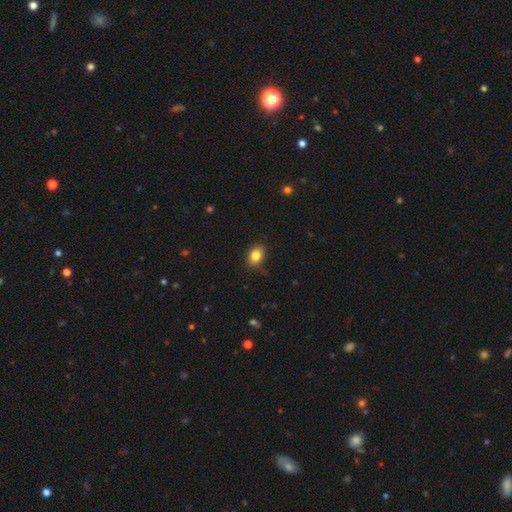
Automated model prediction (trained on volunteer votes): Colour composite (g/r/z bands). It shows a smooth galaxy with no disk features (83%) that is in between round and cigar-shaped (70%). Merging: none (78%).